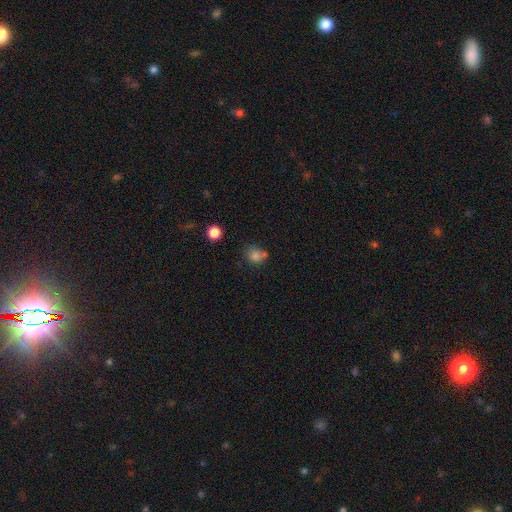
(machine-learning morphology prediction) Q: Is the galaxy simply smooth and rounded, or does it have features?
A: smooth — 79%.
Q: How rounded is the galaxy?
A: round — 75%.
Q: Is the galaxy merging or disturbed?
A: none — 52%.